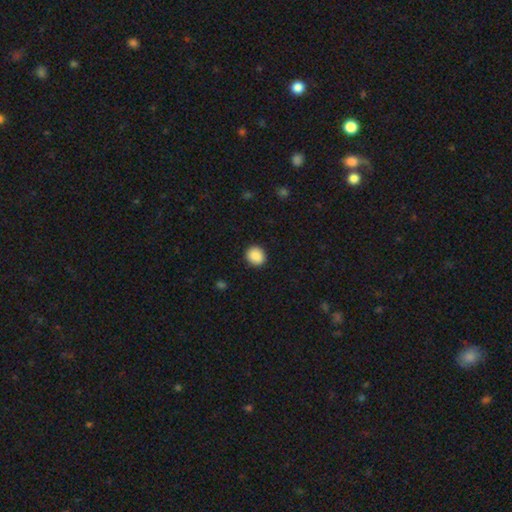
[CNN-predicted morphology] Q: Smooth or featured?
A: smooth (89%); runner-up: star or artifact (8%)
Q: How rounded?
A: round (75%); runner-up: in between (24%)
Q: Merging?
A: none (91%); runner-up: minor disturbance (6%)